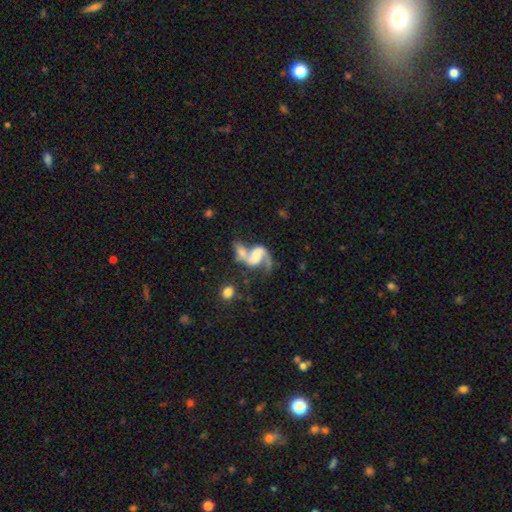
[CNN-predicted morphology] featured or disk 81%, smooth 12%, star or artifact 7%. Down the decision tree: edge-on disk — no (98%); bar — no (42%); spiral arms — yes (92%); spiral arm count — 2 (85%); spiral winding — loose (63%); bulge size — none (41%); merging — merger (44%).